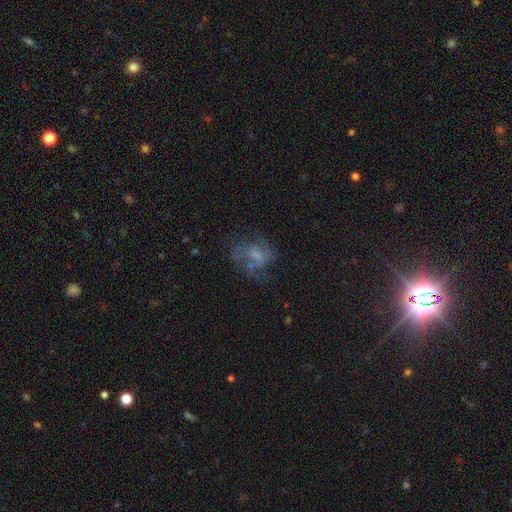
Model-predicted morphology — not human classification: Smooth or featured?
  - featured or disk: 47% *
  - smooth: 38%
  - star or artifact: 15%
Merging?
  - none: 43% *
  - major disturbance: 31%
  - minor disturbance: 20%
  - merger: 7%